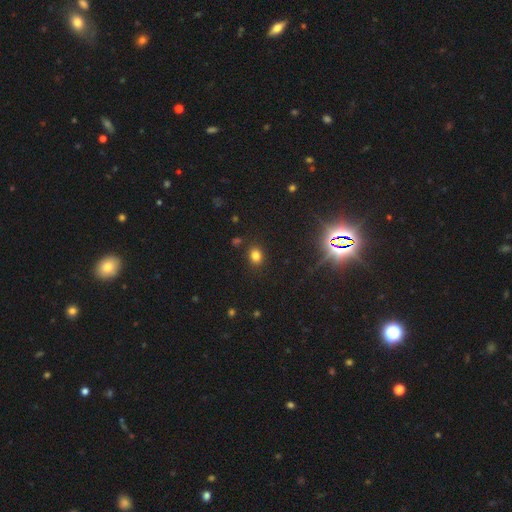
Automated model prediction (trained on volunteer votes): Q: Smooth or featured?
A: smooth (79%); runner-up: star or artifact (15%)
Q: How rounded?
A: round (59%); runner-up: in between (40%)
Q: Merging?
A: none (87%); runner-up: minor disturbance (8%)